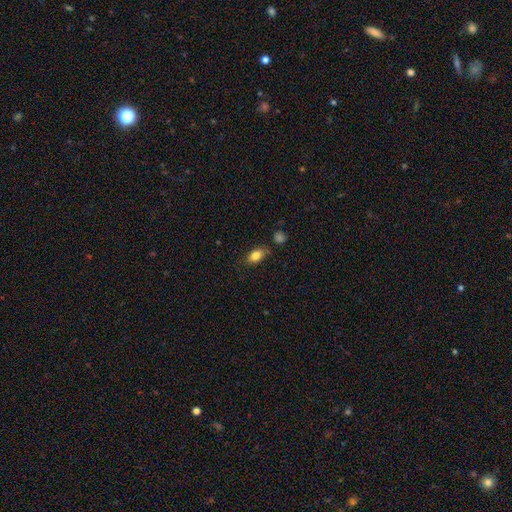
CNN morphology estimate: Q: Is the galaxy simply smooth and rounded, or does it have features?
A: smooth — 81%.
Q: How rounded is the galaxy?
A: in between — 86%.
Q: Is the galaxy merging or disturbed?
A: none — 77%.